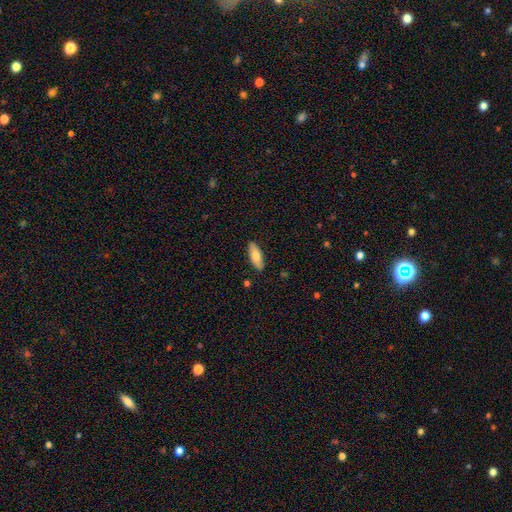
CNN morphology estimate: type=smooth (73%); roundness=in between (71%); merging=none (87%).